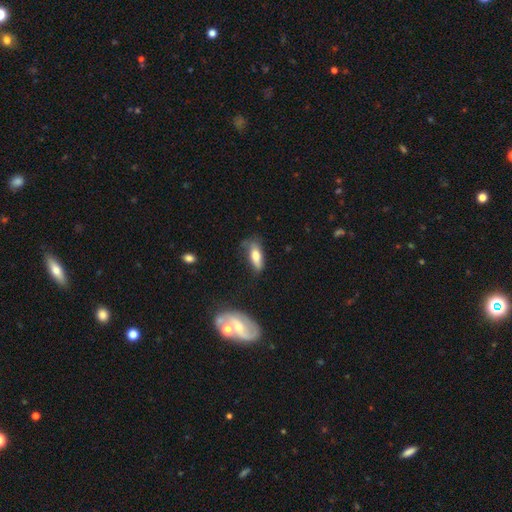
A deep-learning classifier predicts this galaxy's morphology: smooth 70%, featured or disk 22%, star or artifact 8%. Down the decision tree: how rounded — in between (70%); merging — none (46%).